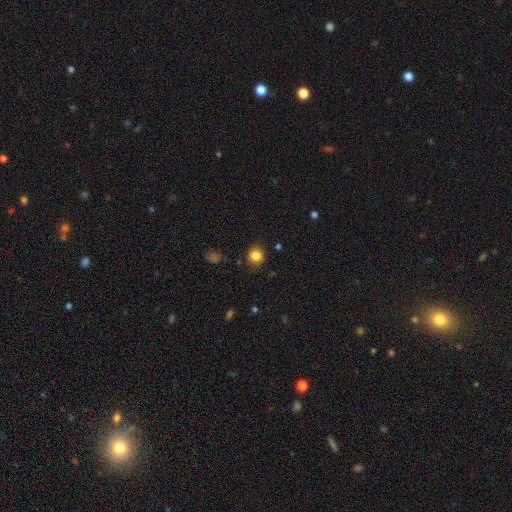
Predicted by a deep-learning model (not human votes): Smooth or featured: smooth — 84% (star or artifact — 11%)
How rounded: round — 83% (in between — 16%)
Merging: none — 85% (minor disturbance — 10%)